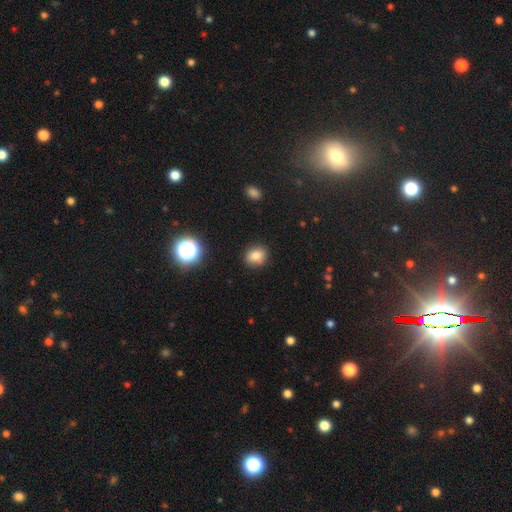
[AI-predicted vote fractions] The model was most divided on "how rounded": round: 61%, in between: 38%, cigar-shaped: 1%. More confident: merging — none (86%); smooth or featured — smooth (81%).